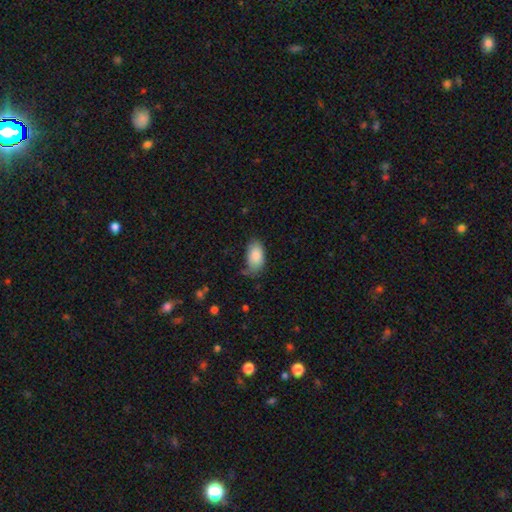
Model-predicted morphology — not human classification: Smooth or featured? smooth (86%)
How rounded? in between (94%)
Merging? none (62%)